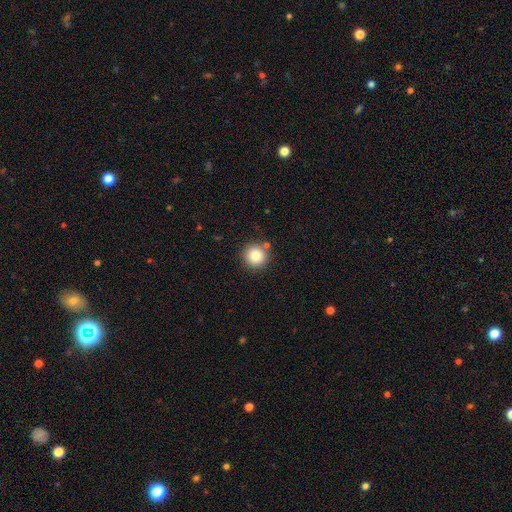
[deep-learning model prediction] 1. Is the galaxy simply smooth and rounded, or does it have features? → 83% smooth, 10% star or artifact, 6% featured or disk.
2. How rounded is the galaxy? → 95% round, 4% in between, 1% cigar-shaped.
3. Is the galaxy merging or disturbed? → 83% none, 8% minor disturbance, 6% merger, 3% major disturbance.